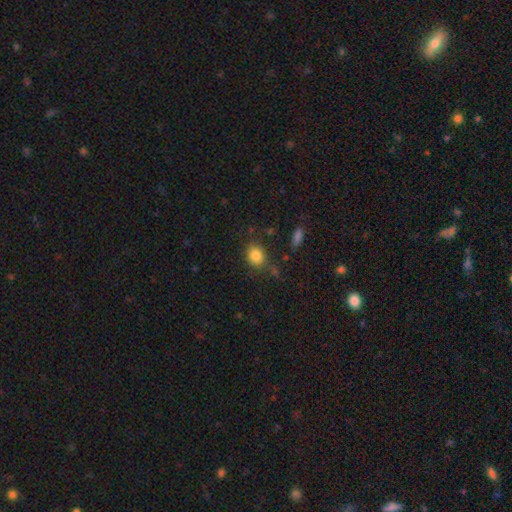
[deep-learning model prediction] A smooth galaxy with no disk features (83%) that is round (54%). Merging: none (76%).